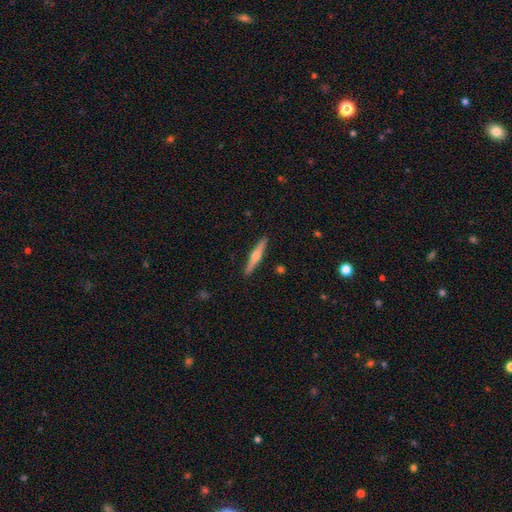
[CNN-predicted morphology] This appears to be a featured or disk galaxy (66%) viewed edge-on (98%) with a rounded central bulge (92%). Merging: none (92%).